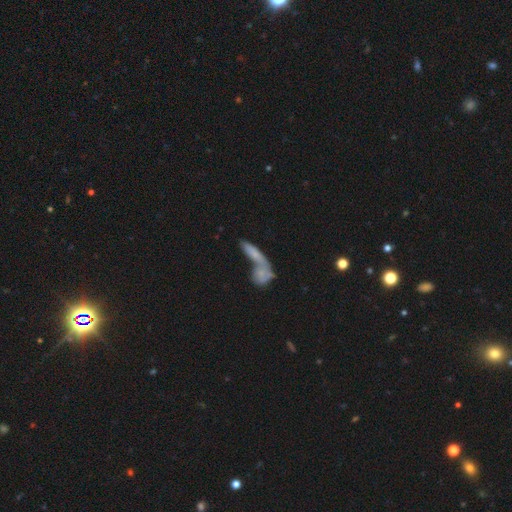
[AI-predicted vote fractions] This appears to be a smooth galaxy with no disk features (57%) that is cigar-shaped (48%). Merging: merger (58%).